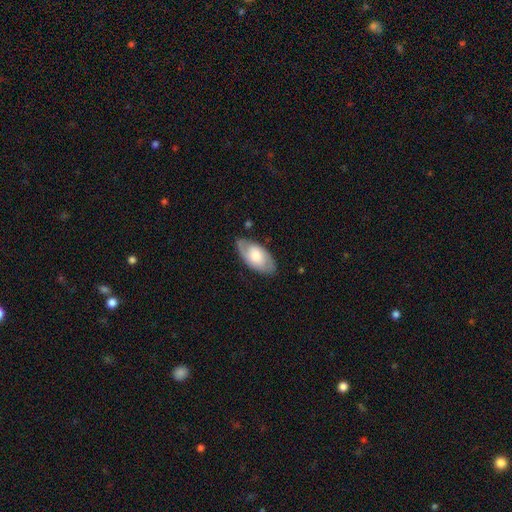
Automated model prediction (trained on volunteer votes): A smooth galaxy with no disk features (51%) that is in between round and cigar-shaped (94%). Merging: none (75%).